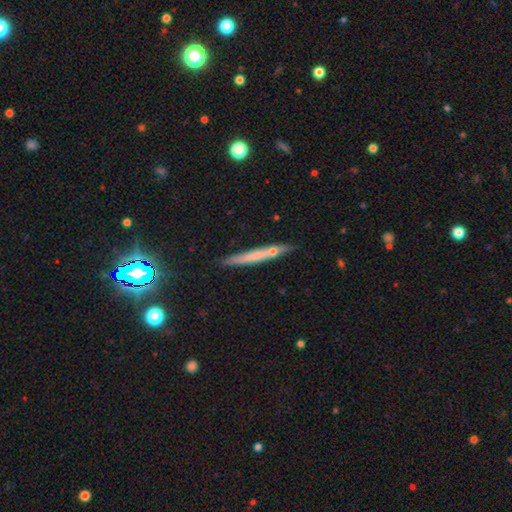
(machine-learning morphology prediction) The model was most divided on "smooth or featured": smooth: 54%, featured or disk: 38%, star or artifact: 8%. More confident: how rounded — cigar-shaped (96%); merging — none (80%).